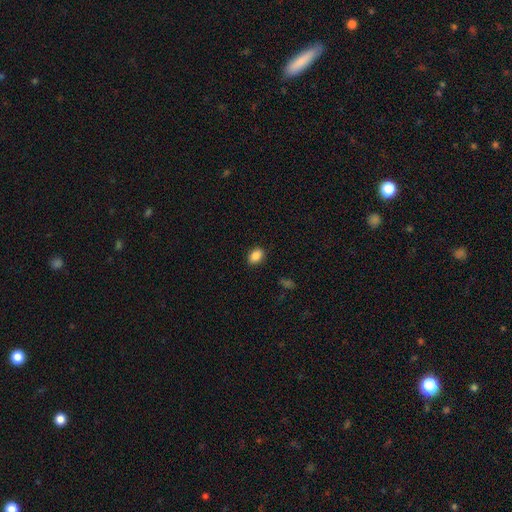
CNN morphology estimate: This is clearly a smooth galaxy (87%). How rounded: clearly in between (80%). Merging: clearly none (88%).